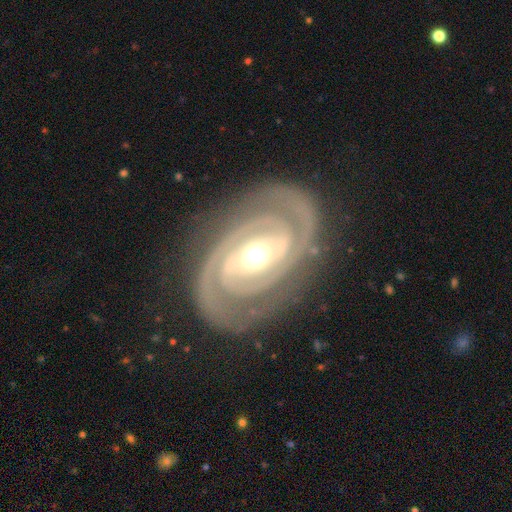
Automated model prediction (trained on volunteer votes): This is clearly a featured or disk galaxy (93%). It is clearly not viewed edge-on (97%). Bar: possibly no (46%). Spiral arm pattern: clearly yes (98%). Spiral arm count: clearly 2 (86%). Spiral winding: likely tight (76%). Central bulge: likely moderate (71%). Merging: clearly none (82%).